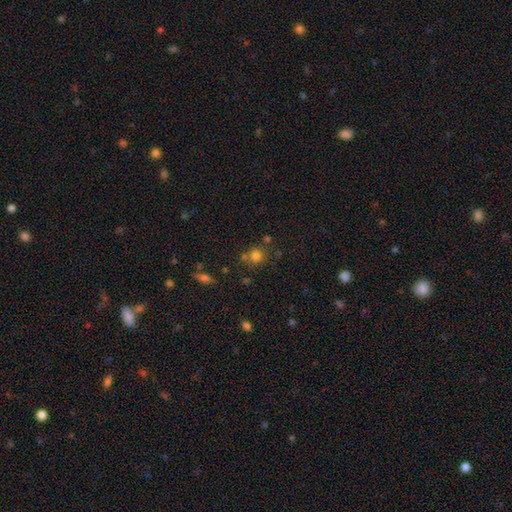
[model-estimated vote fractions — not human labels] Smooth or featured? smooth (77%)
How rounded? round (88%)
Merging? none (67%)